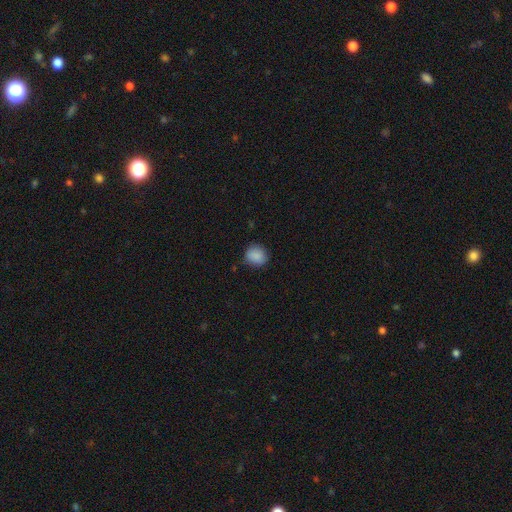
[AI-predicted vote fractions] Smooth or featured?
  - smooth: 88% *
  - star or artifact: 8%
  - featured or disk: 4%
How rounded?
  - round: 79% *
  - in between: 20%
  - cigar-shaped: 1%
Merging?
  - none: 81% *
  - minor disturbance: 15%
  - major disturbance: 3%
  - merger: 1%